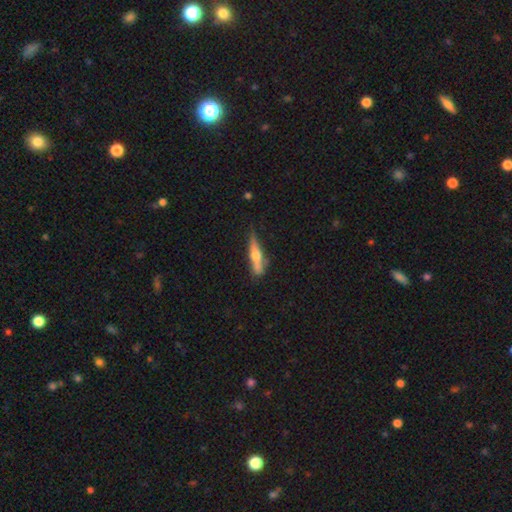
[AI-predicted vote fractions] The model was most divided on "smooth or featured": featured or disk: 50%, smooth: 44%, star or artifact: 6%. More confident: edge-on disk — yes (89%); merging — none (60%).